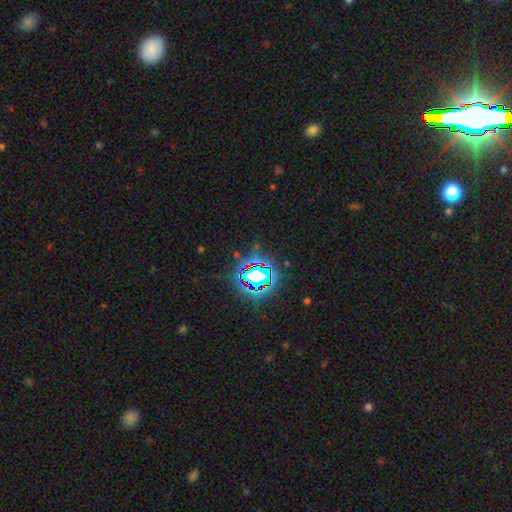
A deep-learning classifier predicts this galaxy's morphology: This appears to be a star or artifact, not a galaxy (83%).